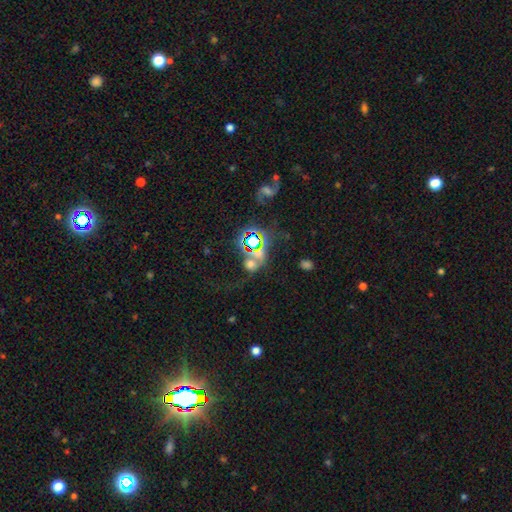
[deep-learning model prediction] Smooth or featured? star or artifact (52%)